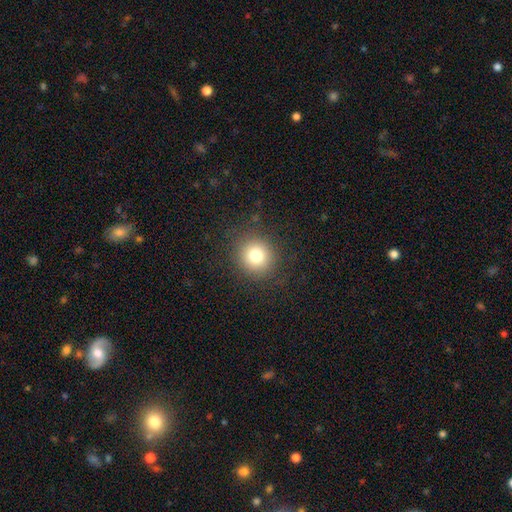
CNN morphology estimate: smooth-or-featured: smooth: 78% | star or artifact: 13% | featured or disk: 9%
  how-rounded: round: 92% | in between: 8% | cigar-shaped: 1%
  merging: none: 88% | minor disturbance: 7% | major disturbance: 3% | merger: 1%